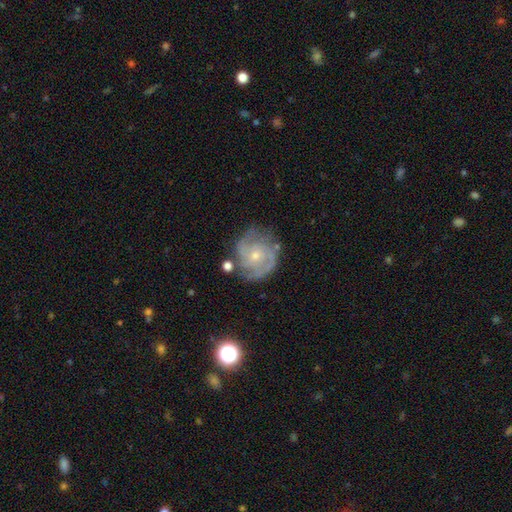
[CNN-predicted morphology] Q: Smooth or featured?
A: featured or disk (84%); runner-up: smooth (10%)
Q: Edge-on disk?
A: no (98%); runner-up: yes (2%)
Q: Bar?
A: no (68%); runner-up: weak (27%)
Q: Spiral arms?
A: yes (95%); runner-up: no (5%)
Q: Spiral winding?
A: tight (50%); runner-up: medium (41%)
Q: Spiral arm count?
A: 2 (36%); runner-up: 3 (28%)
Q: Bulge size?
A: small (72%); runner-up: moderate (24%)
Q: Merging?
A: none (69%); runner-up: minor disturbance (19%)